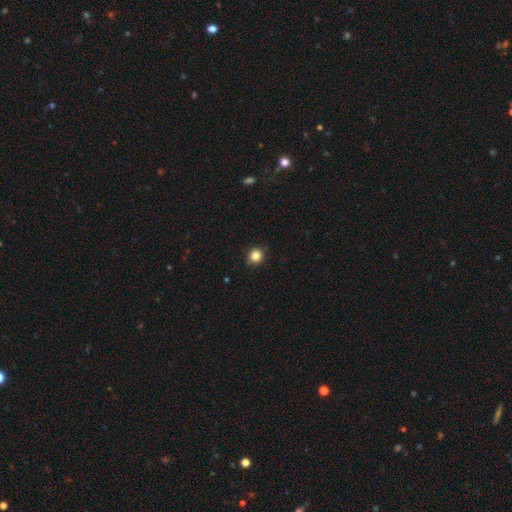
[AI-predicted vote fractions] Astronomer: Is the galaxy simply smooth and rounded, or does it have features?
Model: smooth — 84%.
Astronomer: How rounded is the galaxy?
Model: round — 90%.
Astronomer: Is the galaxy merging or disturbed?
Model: none — 89%.